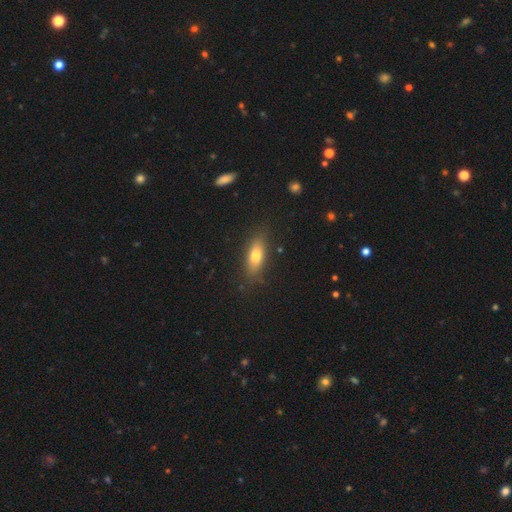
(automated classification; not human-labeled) This is likely a smooth galaxy (71%). How rounded: likely in between (69%). Merging: clearly none (82%).